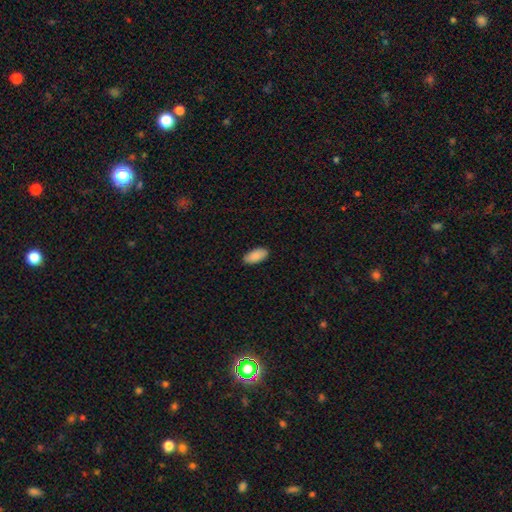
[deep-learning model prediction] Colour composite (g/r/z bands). It shows a smooth galaxy with no disk features (90%) that is in between round and cigar-shaped (93%). Merging: none (88%).